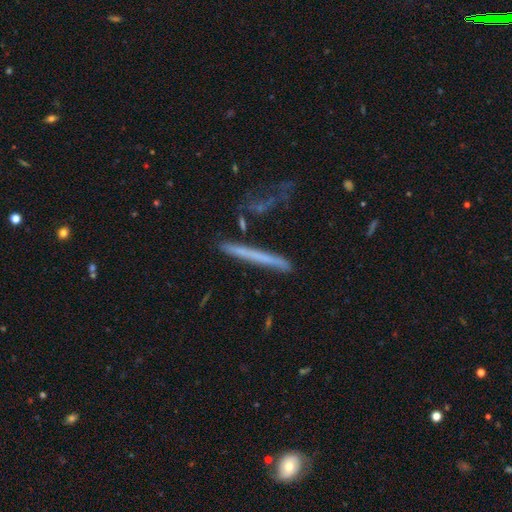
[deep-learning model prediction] The model was most divided on "smooth or featured": smooth: 51%, featured or disk: 42%, star or artifact: 7%. More confident: how rounded — cigar-shaped (96%); merging — none (80%).